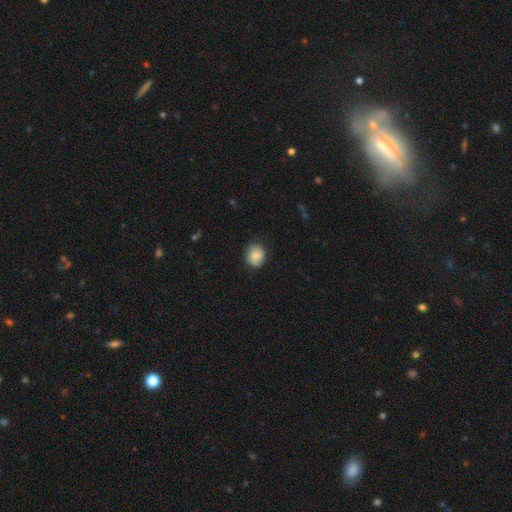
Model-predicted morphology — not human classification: smooth 81%, featured or disk 12%, star or artifact 7%. Down the decision tree: how rounded — round (68%); merging — none (78%).